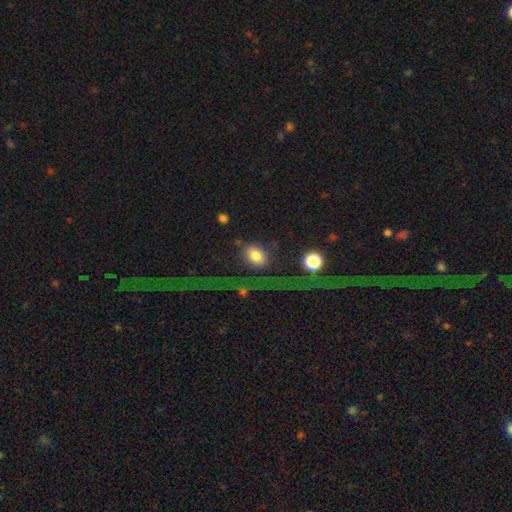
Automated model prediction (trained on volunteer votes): This appears to be a smooth galaxy with no disk features (78%) that is in between round and cigar-shaped (66%). Merging: none (59%).